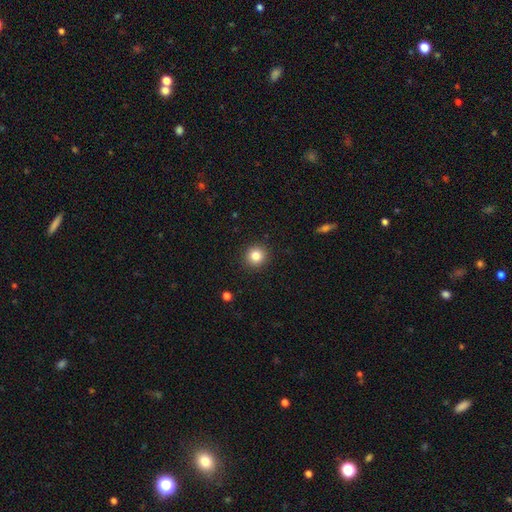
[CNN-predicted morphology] Smooth or featured: smooth — 83% (star or artifact — 11%)
How rounded: round — 93% (in between — 6%)
Merging: none — 92% (minor disturbance — 5%)